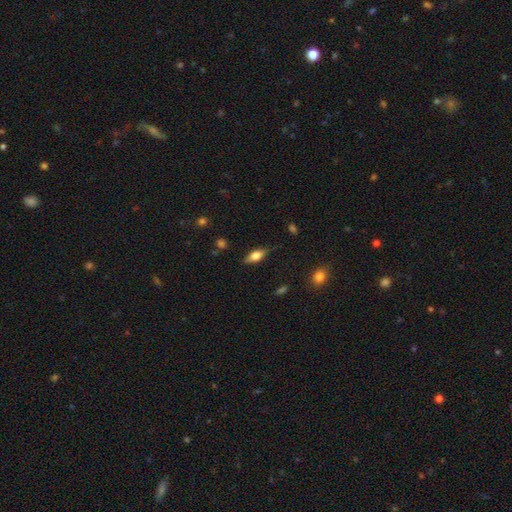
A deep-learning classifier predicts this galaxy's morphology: smooth 55%, featured or disk 37%, star or artifact 8%. Down the decision tree: how rounded — in between (75%); merging — none (81%).